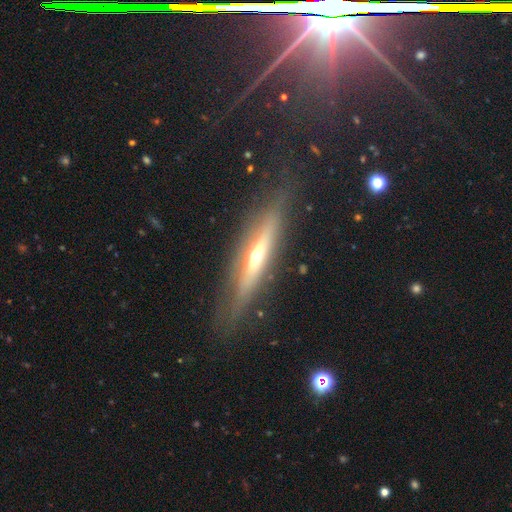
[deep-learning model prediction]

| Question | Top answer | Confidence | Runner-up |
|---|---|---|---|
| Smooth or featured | featured or disk | 67% | smooth (26%) |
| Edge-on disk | yes | 86% | no (14%) |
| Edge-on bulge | rounded | 86% | none (10%) |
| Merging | none | 77% | minor disturbance (14%) |